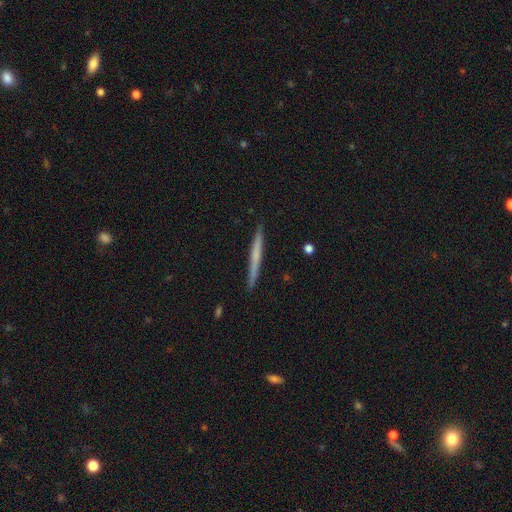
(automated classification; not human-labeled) The model was most divided on "smooth or featured": smooth: 49%, featured or disk: 46%, star or artifact: 6%. More confident: merging — none (91%).